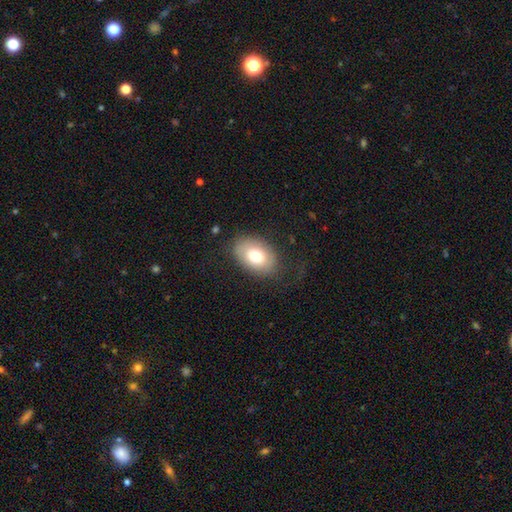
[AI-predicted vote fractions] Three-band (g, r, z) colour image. It shows a smooth galaxy with no disk features (75%) that is in between round and cigar-shaped (83%). Merging: none (74%).